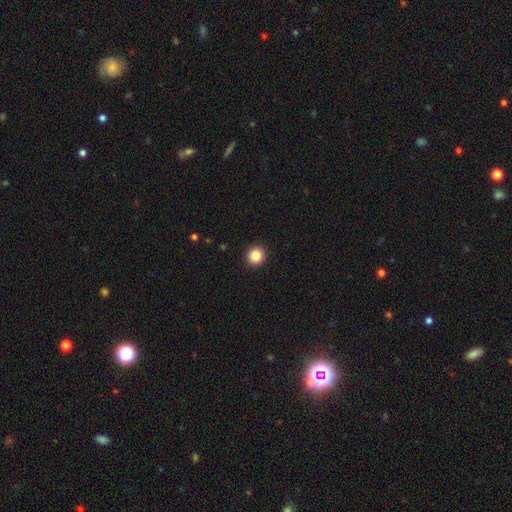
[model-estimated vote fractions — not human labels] The model was most divided on "smooth or featured": smooth: 87%, star or artifact: 9%, featured or disk: 4%. More confident: merging — none (93%); how rounded — round (93%).